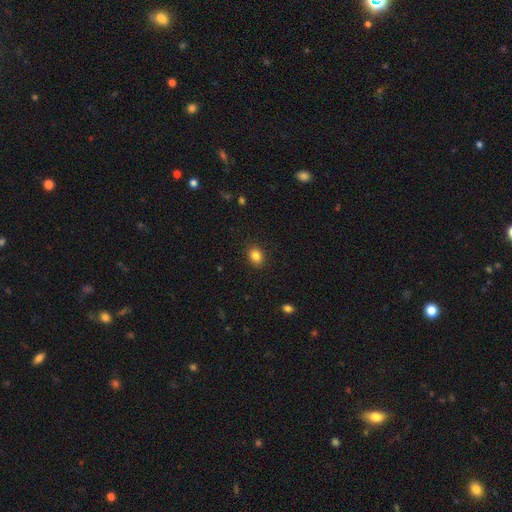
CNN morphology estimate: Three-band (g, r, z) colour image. It shows a smooth galaxy with no disk features (84%) that is in between round and cigar-shaped (55%). Merging: none (89%).